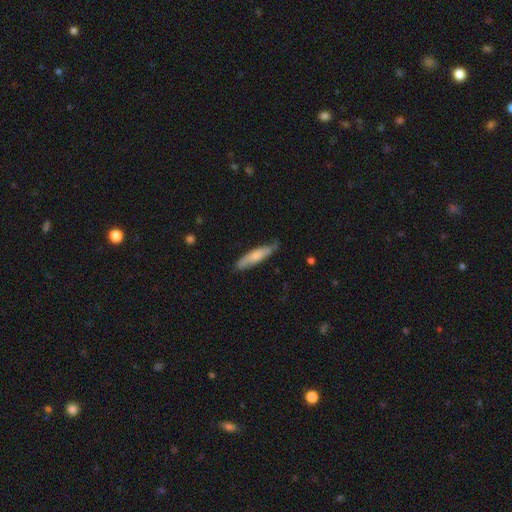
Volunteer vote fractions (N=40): Smooth or featured: smooth — 75% (featured or disk — 18%)
How rounded: cigar-shaped — 83% (in between — 13%)
Merging: none — 65% (minor disturbance — 35%)